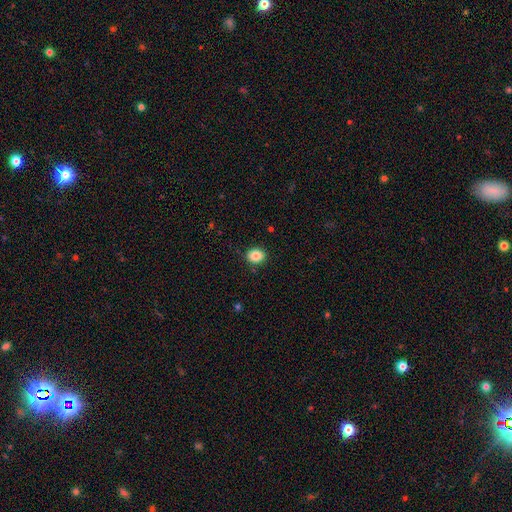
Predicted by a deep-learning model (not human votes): Smooth or featured? Predicted: smooth (p=0.86). How rounded? Predicted: round (p=0.61). Merging? Predicted: none (p=0.89).